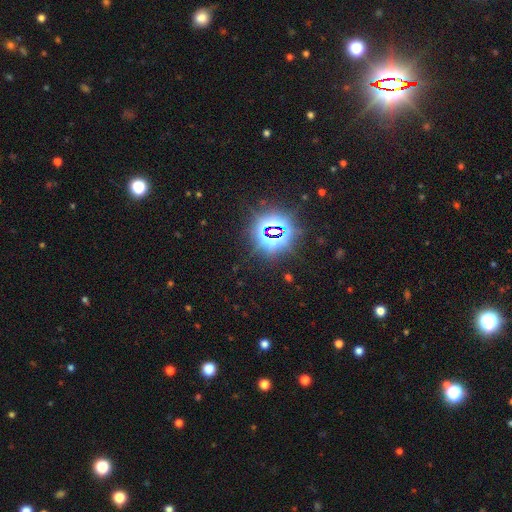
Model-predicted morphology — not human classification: star or artifact 82%, smooth 11%, featured or disk 7%.